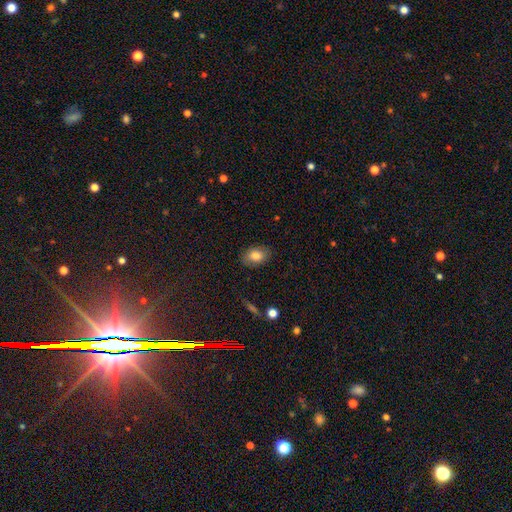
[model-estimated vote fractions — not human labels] A smooth galaxy with no disk features (82%) that is in between round and cigar-shaped (84%). Merging: none (85%).